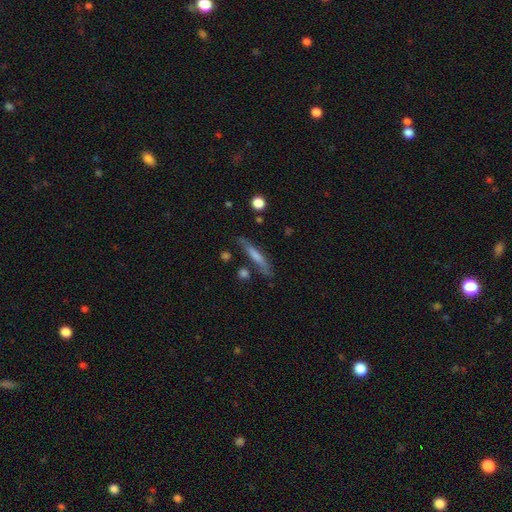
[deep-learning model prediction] smooth-or-featured: smooth: 53% | featured or disk: 38% | star or artifact: 8%
  how-rounded: cigar-shaped: 90% | in between: 8% | round: 2%
  merging: none: 73% | minor disturbance: 17% | merger: 5% | major disturbance: 5%